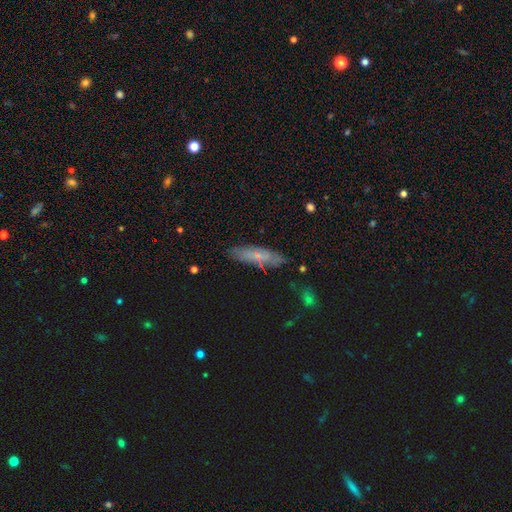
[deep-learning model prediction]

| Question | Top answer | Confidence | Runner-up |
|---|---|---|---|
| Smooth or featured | featured or disk | 46% | smooth (43%) |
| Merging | none | 80% | minor disturbance (15%) |